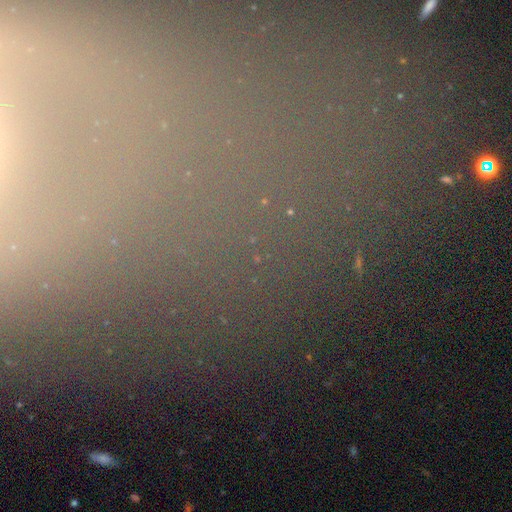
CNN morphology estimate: Smooth or featured?
  - star or artifact: 74% *
  - smooth: 16%
  - featured or disk: 10%